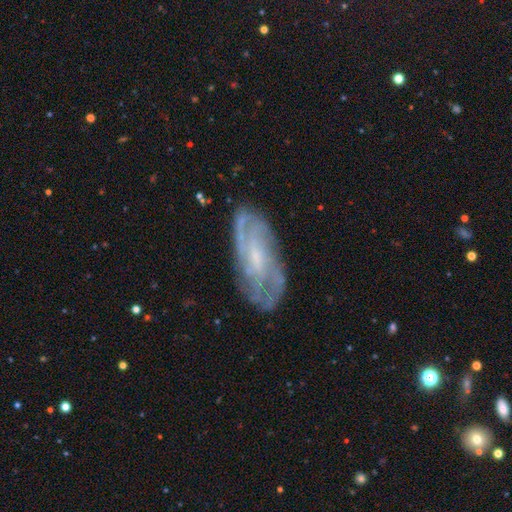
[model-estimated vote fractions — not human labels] Smooth or featured? Predicted: featured or disk (p=0.76). Edge-on disk? Predicted: no (p=0.89). Bar? Predicted: no (p=0.51). Spiral arms? Predicted: yes (p=0.88). Spiral winding? Predicted: tight (p=0.53). Spiral arm count? Predicted: can't tell (p=0.47). Bulge size? Predicted: small (p=0.57). Merging? Predicted: none (p=0.77).